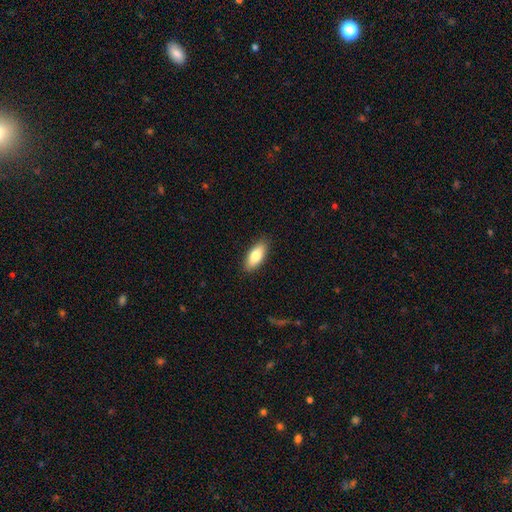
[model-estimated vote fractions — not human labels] Morphology: type=smooth (80%); roundness=in between (83%); merging=none (89%).